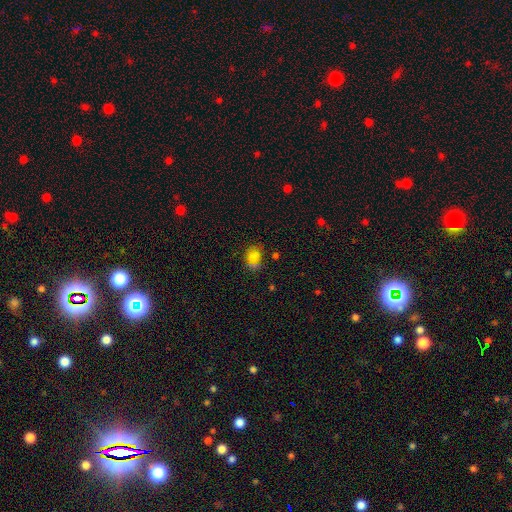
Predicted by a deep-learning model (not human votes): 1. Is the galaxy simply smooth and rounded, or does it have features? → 64% smooth, 23% star or artifact, 13% featured or disk.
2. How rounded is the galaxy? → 58% in between, 40% round, 2% cigar-shaped.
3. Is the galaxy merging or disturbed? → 58% none, 19% minor disturbance, 14% merger, 9% major disturbance.